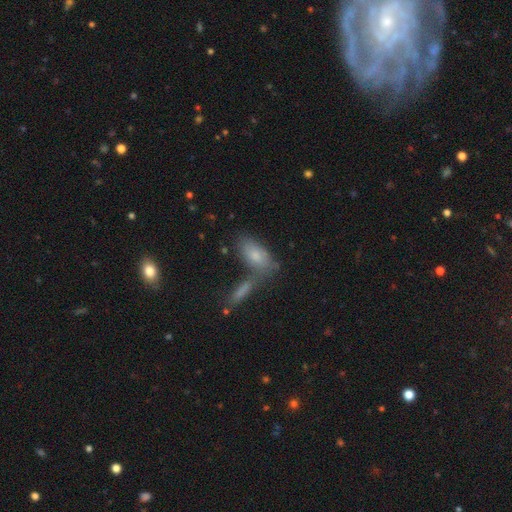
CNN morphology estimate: type=smooth (75%); roundness=in between (82%); merging=none (53%).